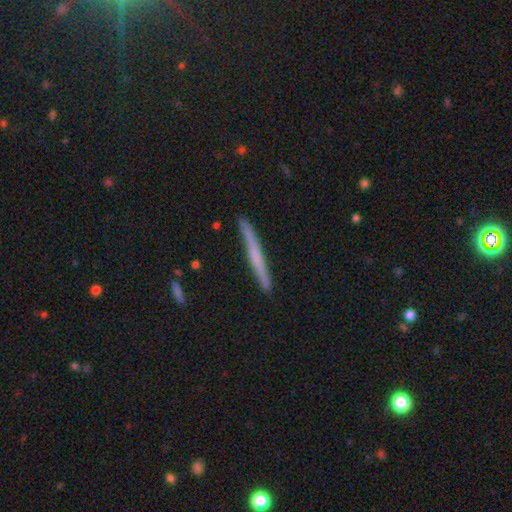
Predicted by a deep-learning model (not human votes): Overall: featured or disk (48%; smooth 46%). Merging: none (90%).